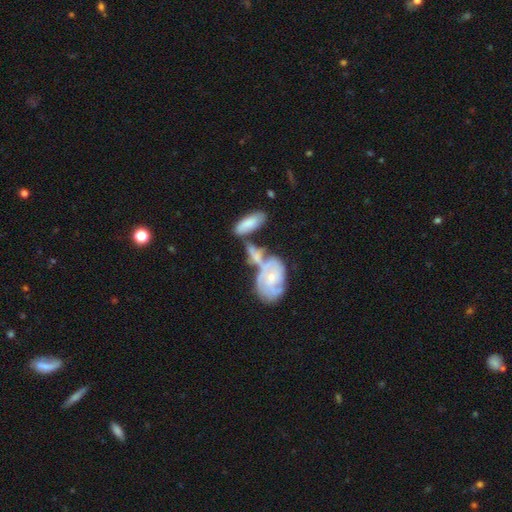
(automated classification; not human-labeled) This appears to be a featured or disk galaxy (60%) with no bar (78%), spiral arms (69%) and a small central bulge (66%). Merging: merger (47%).